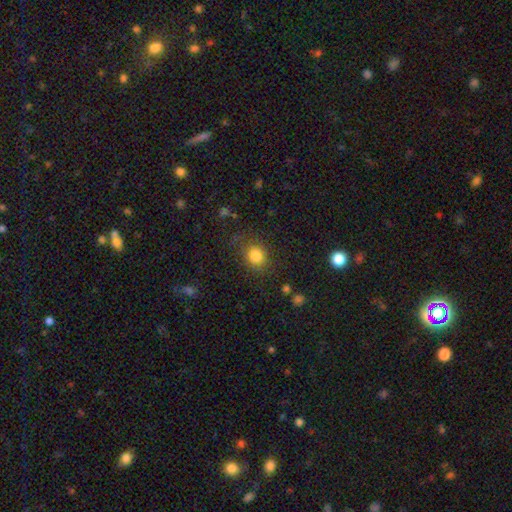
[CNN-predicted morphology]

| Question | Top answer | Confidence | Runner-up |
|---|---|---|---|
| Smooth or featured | smooth | 83% | star or artifact (11%) |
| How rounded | round | 75% | in between (24%) |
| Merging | none | 78% | minor disturbance (13%) |